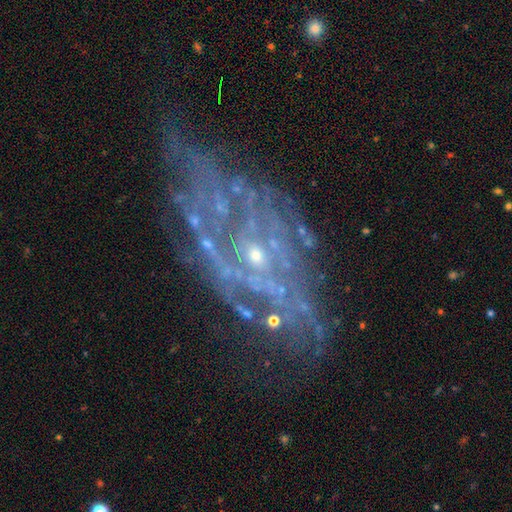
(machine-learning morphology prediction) This appears to be a featured or disk galaxy (82%) with no bar (75%), tight (47%) spiral arms (70%) and a small central bulge (72%). Merging: none (52%).